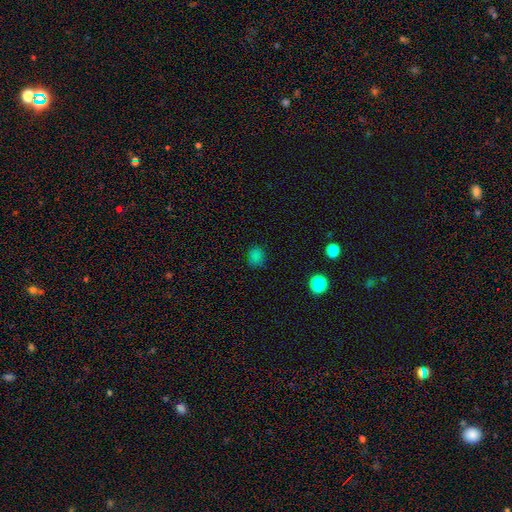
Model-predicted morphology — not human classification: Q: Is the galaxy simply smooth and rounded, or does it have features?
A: smooth — 77%.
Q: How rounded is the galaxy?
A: round — 72%.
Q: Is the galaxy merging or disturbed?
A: none — 83%.